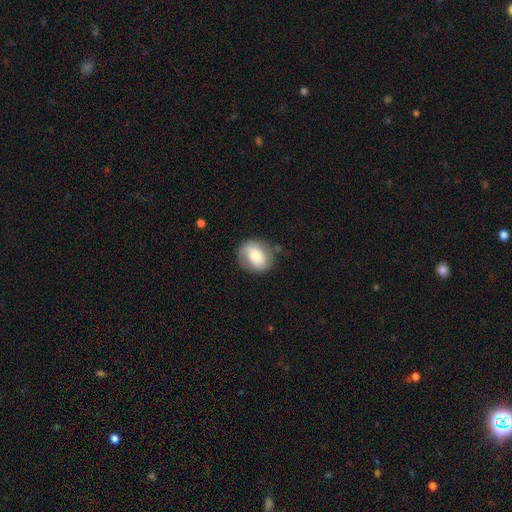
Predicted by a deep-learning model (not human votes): Q: Smooth or featured?
A: smooth (62%); runner-up: featured or disk (31%)
Q: How rounded?
A: round (52%); runner-up: in between (47%)
Q: Merging?
A: none (71%); runner-up: minor disturbance (21%)